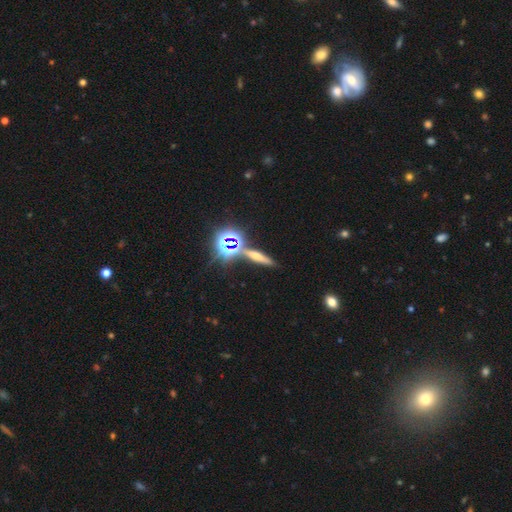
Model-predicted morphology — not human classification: This is marginally a smooth galaxy (36%). Merging: likely none (78%).